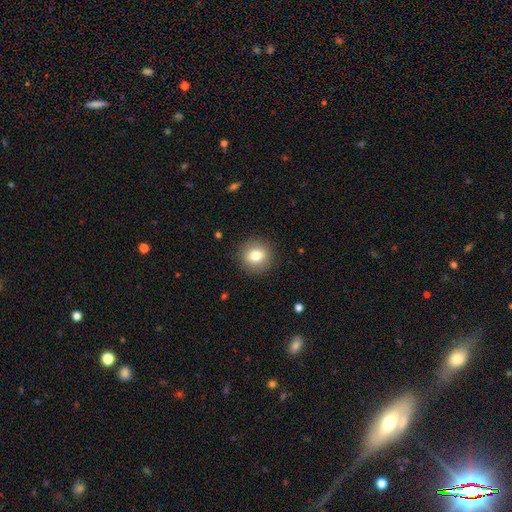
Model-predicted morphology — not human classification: This is likely a smooth galaxy (79%). How rounded: clearly round (85%). Merging: clearly none (89%).